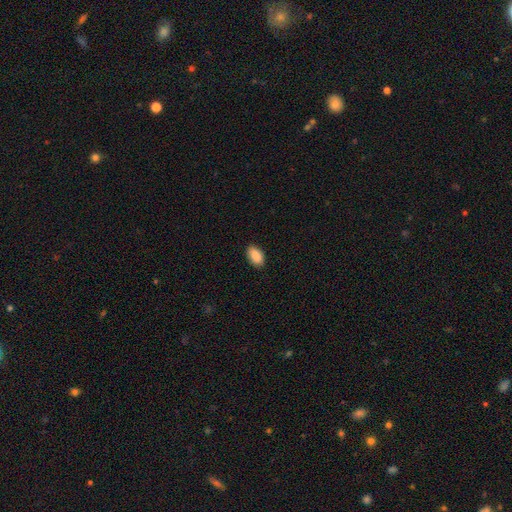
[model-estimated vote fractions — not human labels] This appears to be a smooth galaxy with no disk features (90%) that is in between round and cigar-shaped (94%). Merging: none (87%).